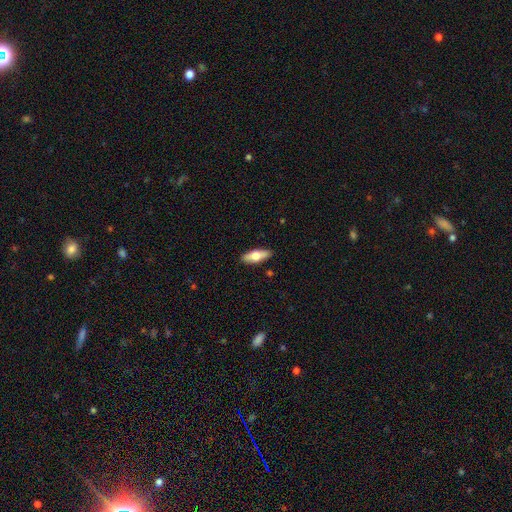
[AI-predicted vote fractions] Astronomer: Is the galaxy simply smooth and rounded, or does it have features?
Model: smooth — 66%.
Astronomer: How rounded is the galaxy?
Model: in between — 70%.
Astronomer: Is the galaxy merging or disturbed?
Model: none — 89%.